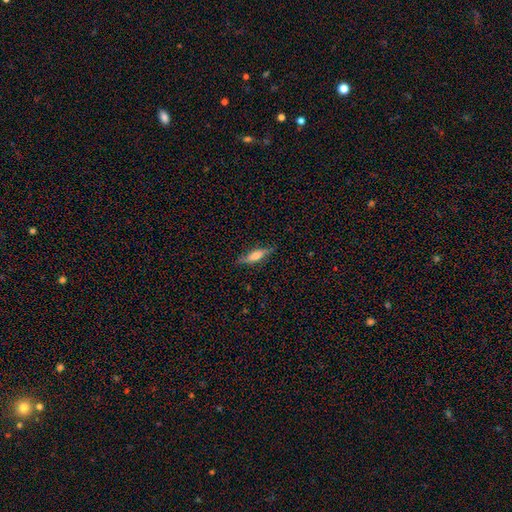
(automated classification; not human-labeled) This appears to be a smooth galaxy with no disk features (54%) that is cigar-shaped (66%). Merging: none (82%).